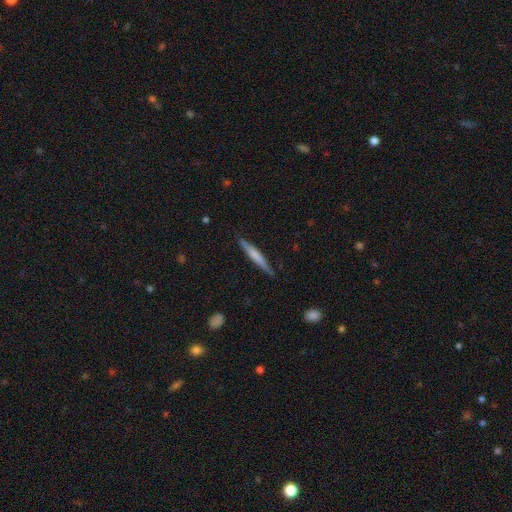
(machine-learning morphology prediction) The model was most divided on "smooth or featured": smooth: 55%, featured or disk: 40%, star or artifact: 5%. More confident: how rounded — cigar-shaped (95%); merging — none (86%).